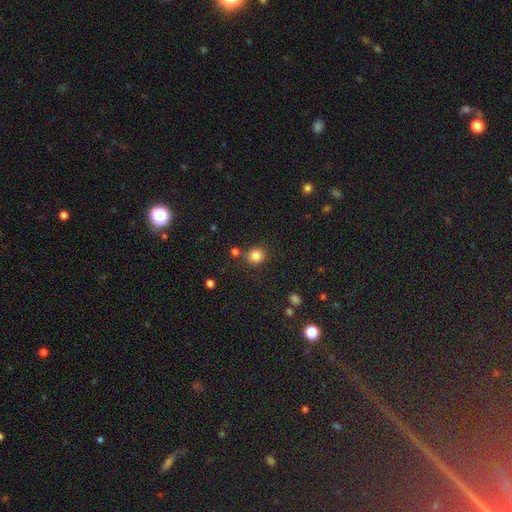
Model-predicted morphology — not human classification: Overall: smooth (83%). How rounded: round (81%). Merging: none (79%).